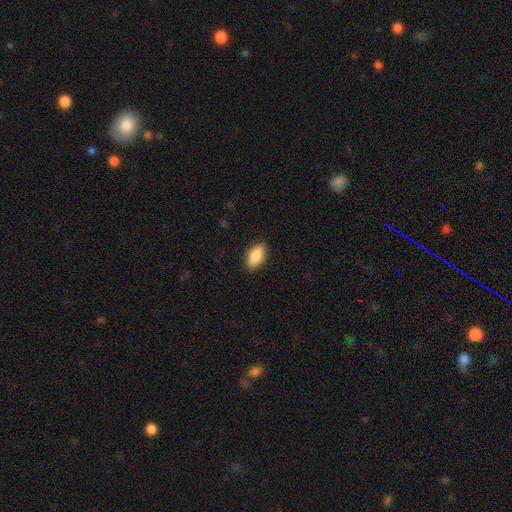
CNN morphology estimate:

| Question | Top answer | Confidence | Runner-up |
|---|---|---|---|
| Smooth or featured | smooth | 83% | featured or disk (10%) |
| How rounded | in between | 86% | cigar-shaped (10%) |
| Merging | none | 87% | minor disturbance (10%) |